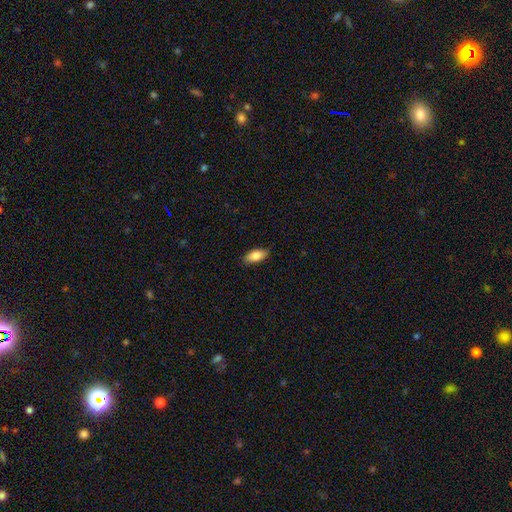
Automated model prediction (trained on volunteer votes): smooth 82%, featured or disk 12%, star or artifact 7%. Down the decision tree: how rounded — in between (88%); merging — none (87%).